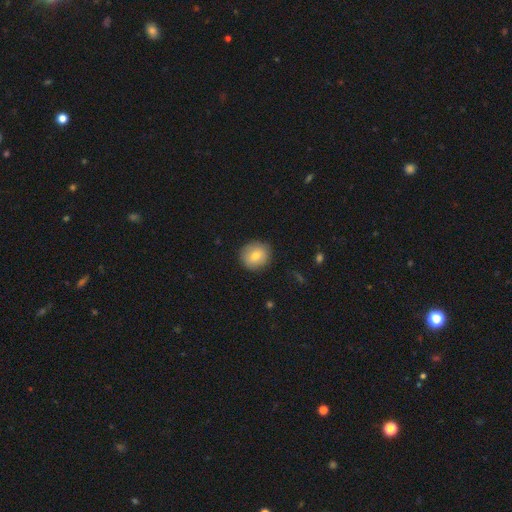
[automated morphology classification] A smooth galaxy with no disk features (75%) that is round (89%).

Vote fractions:
- Smooth or featured? smooth: 75% / featured or disk: 17% / star or artifact: 9%
- How rounded? round: 89% / in between: 10% / cigar-shaped: 1%
- Merging? none: 87% / minor disturbance: 10% / major disturbance: 2% / merger: 1%